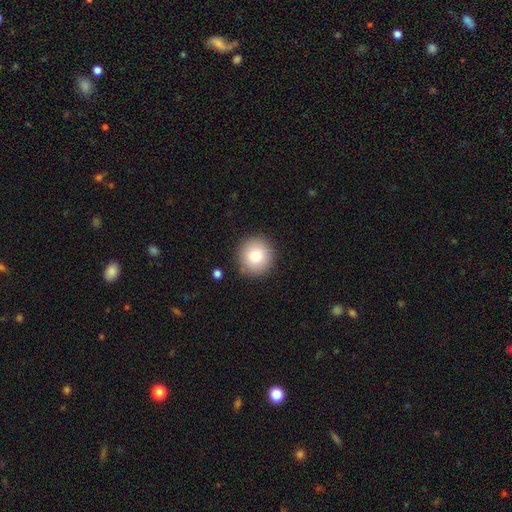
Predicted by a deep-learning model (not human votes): Smooth or featured?
  - smooth: 80% *
  - featured or disk: 11%
  - star or artifact: 10%
How rounded?
  - round: 93% *
  - in between: 6%
  - cigar-shaped: 1%
Merging?
  - none: 88% *
  - minor disturbance: 8%
  - major disturbance: 2%
  - merger: 2%